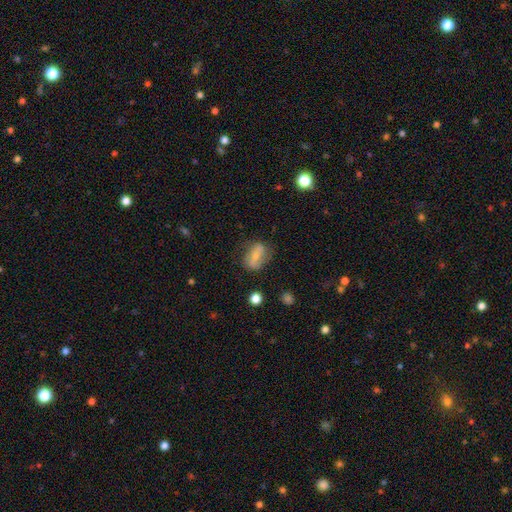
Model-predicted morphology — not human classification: smooth 57%, featured or disk 34%, star or artifact 9%. Down the decision tree: how rounded — in between (78%); merging — none (64%).